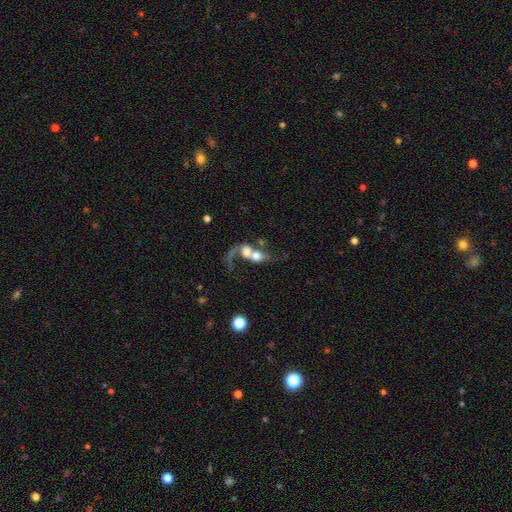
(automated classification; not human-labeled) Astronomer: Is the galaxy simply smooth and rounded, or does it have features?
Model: featured or disk — 47% (runner-up: smooth, 42%).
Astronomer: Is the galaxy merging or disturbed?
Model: merger — 73%.